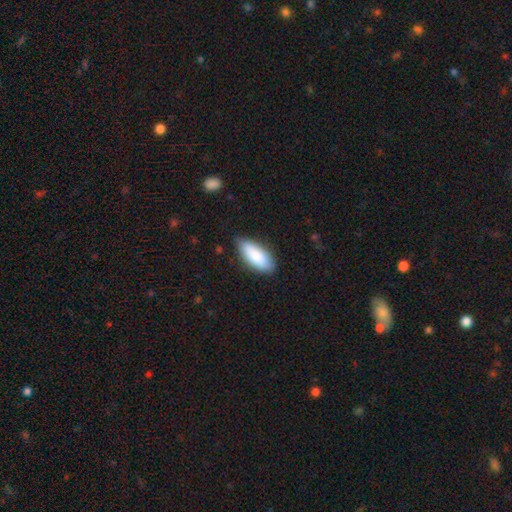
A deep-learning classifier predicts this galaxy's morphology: Q: Smooth or featured?
A: smooth (87%); runner-up: featured or disk (8%)
Q: How rounded?
A: in between (82%); runner-up: cigar-shaped (16%)
Q: Merging?
A: none (80%); runner-up: minor disturbance (16%)